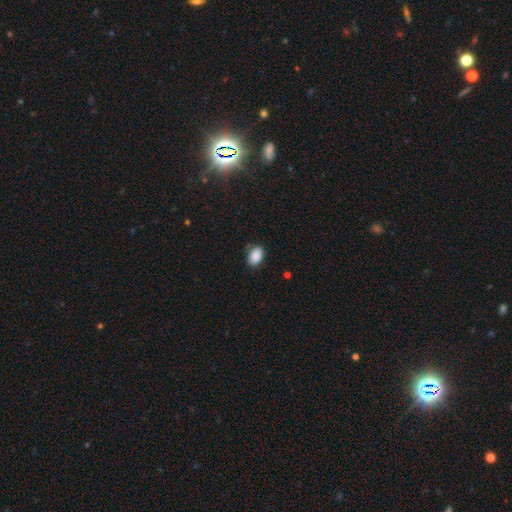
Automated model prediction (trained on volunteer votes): smooth 89%, star or artifact 8%, featured or disk 3%. Down the decision tree: how rounded — in between (86%); merging — none (79%).